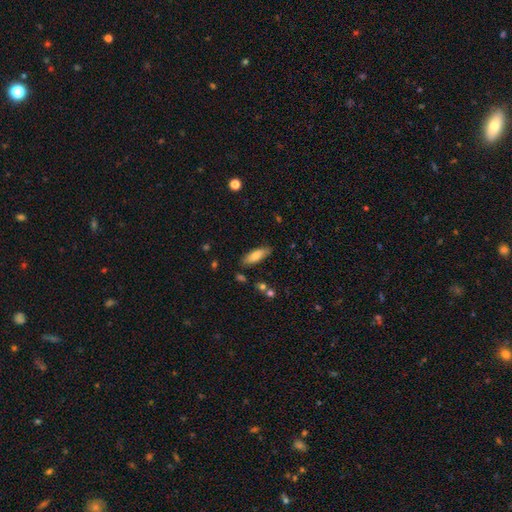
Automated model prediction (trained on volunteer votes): Smooth or featured: smooth — 76% (featured or disk — 17%)
How rounded: in between — 61% (cigar-shaped — 38%)
Merging: none — 82% (minor disturbance — 13%)